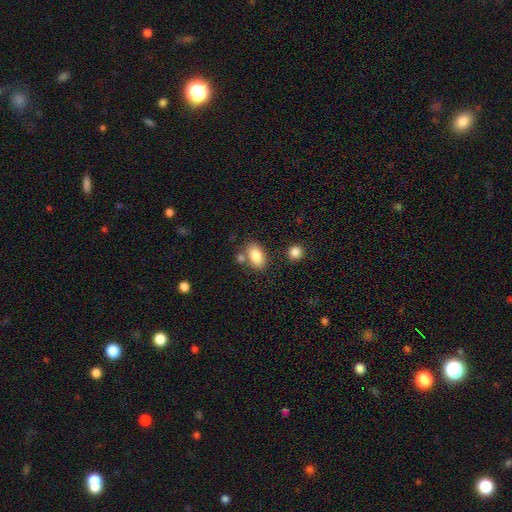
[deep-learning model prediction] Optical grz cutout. It shows a smooth galaxy with no disk features (86%) that is in between round and cigar-shaped (90%). Merging: none (68%).